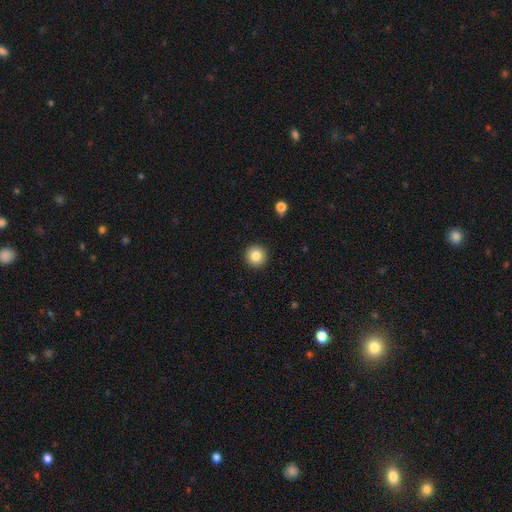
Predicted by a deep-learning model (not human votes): The model was most divided on "smooth or featured": smooth: 83%, star or artifact: 10%, featured or disk: 7%. More confident: how rounded — round (95%); merging — none (93%).